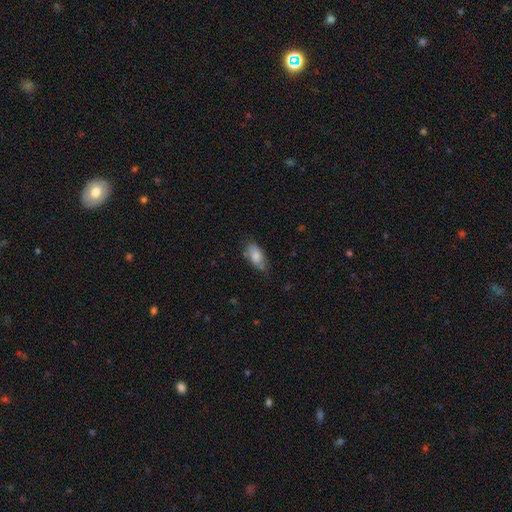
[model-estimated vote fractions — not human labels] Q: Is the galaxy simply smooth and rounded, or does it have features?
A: smooth — 80%.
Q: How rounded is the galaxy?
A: in between — 90%.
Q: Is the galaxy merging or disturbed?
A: none — 67%.